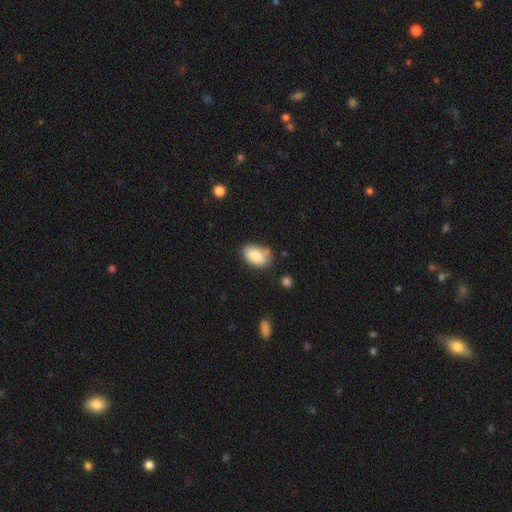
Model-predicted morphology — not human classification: A smooth galaxy with no disk features (86%) that is in between round and cigar-shaped (90%).

Vote fractions:
- Smooth or featured? smooth: 86% / featured or disk: 7% / star or artifact: 7%
- How rounded? in between: 90% / round: 8% / cigar-shaped: 1%
- Merging? none: 65% / minor disturbance: 22% / merger: 8% / major disturbance: 5%